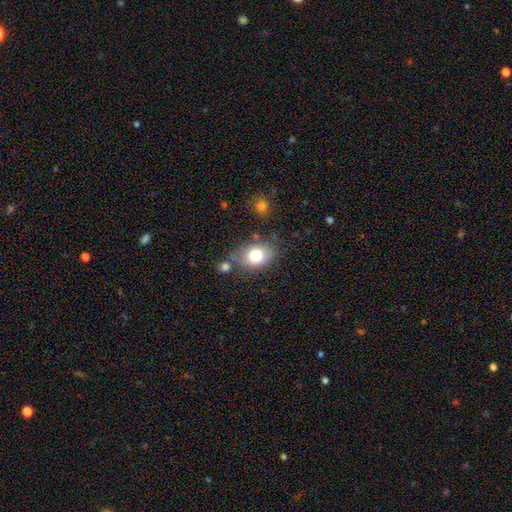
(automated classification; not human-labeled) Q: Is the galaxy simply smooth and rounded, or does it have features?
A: smooth — 77%.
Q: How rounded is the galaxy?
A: in between — 74%.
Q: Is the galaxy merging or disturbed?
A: none — 67%.